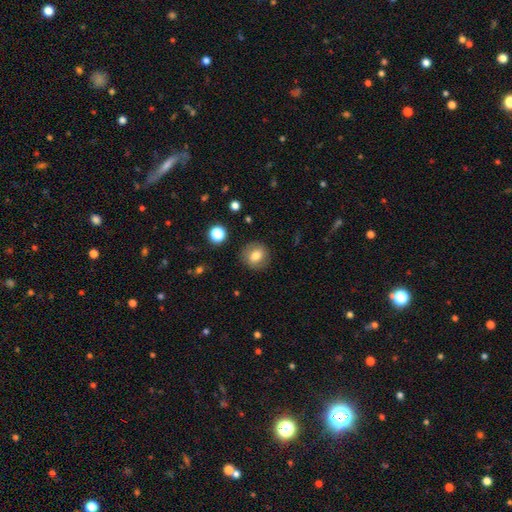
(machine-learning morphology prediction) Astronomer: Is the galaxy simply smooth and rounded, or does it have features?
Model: smooth — 74%.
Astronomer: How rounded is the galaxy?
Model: round — 84%.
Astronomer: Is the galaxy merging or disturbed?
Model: none — 87%.